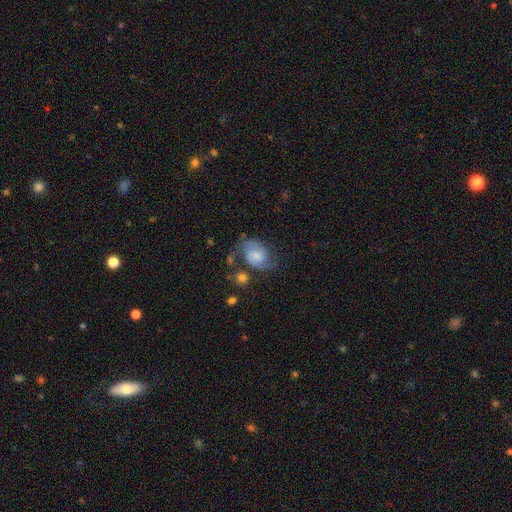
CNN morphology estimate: smooth-or-featured: featured or disk: 64% | smooth: 29% | star or artifact: 8%
  disk-edge-on: no: 97% | yes: 3%
    bar: no: 49% | weak: 43% | strong: 9%
    has-spiral-arms: yes: 90% | no: 10%
      spiral-winding: medium: 48% | loose: 30% | tight: 22%
      spiral-arm-count: 2: 83% | can't tell: 8% | 1: 5% | 3: 2% | 4: 1% | more than 4: 1%
    bulge-size: small: 41% | moderate: 34% | none: 15% | large: 8% | dominant: 2%
  merging: none: 51% | minor disturbance: 25% | major disturbance: 17% | merger: 7%